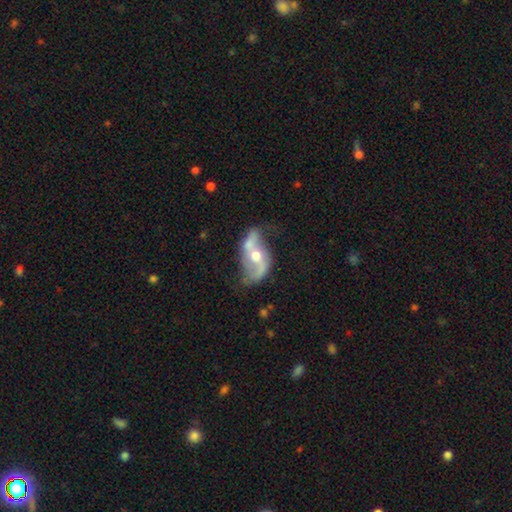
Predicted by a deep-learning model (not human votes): Q: Smooth or featured?
A: featured or disk (81%); runner-up: smooth (13%)
Q: Edge-on disk?
A: no (95%); runner-up: yes (5%)
Q: Bar?
A: no (46%); runner-up: weak (34%)
Q: Spiral arms?
A: yes (87%); runner-up: no (13%)
Q: Spiral winding?
A: loose (71%); runner-up: medium (23%)
Q: Spiral arm count?
A: 2 (90%); runner-up: can't tell (4%)
Q: Bulge size?
A: moderate (71%); runner-up: small (21%)
Q: Merging?
A: none (52%); runner-up: minor disturbance (24%)